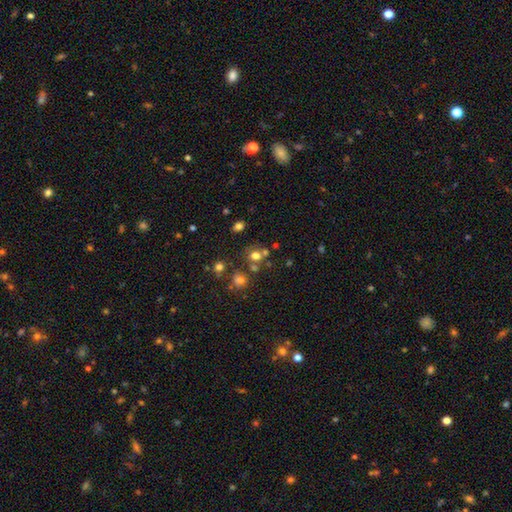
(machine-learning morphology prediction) Smooth or featured: smooth — 67% (star or artifact — 21%)
How rounded: round — 74% (in between — 25%)
Merging: none — 59% (merger — 25%)